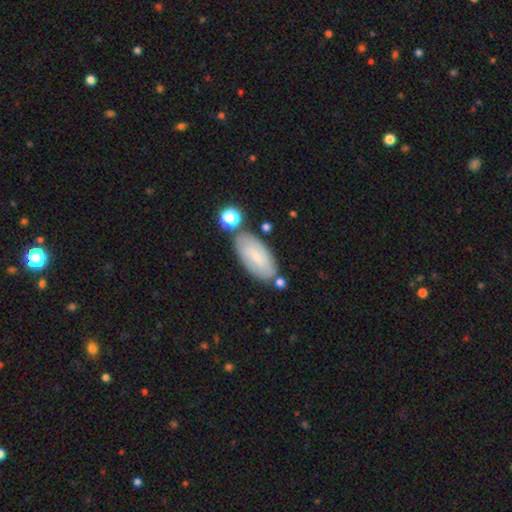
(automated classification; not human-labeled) Overall: smooth (63%; featured or disk 29%). How rounded: in between (87%). Merging: none (72%).